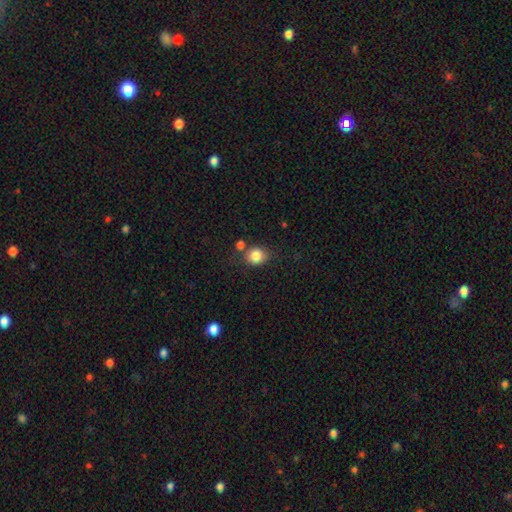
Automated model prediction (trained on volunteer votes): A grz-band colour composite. It shows a smooth galaxy with no disk features (83%) that is round (77%). Merging: none (73%).